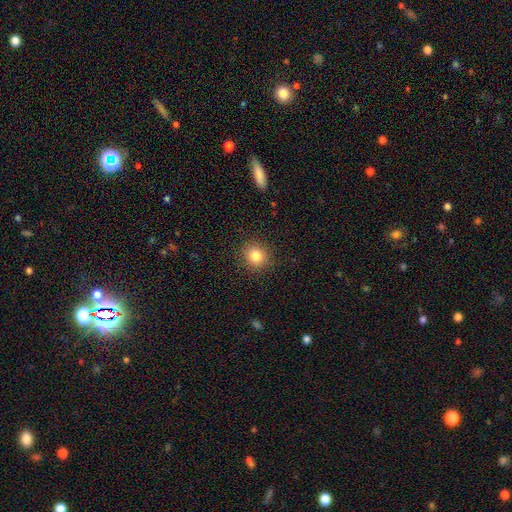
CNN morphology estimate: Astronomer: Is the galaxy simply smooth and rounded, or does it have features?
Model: smooth — 82%.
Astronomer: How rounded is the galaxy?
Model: round — 86%.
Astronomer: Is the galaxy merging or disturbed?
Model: none — 90%.